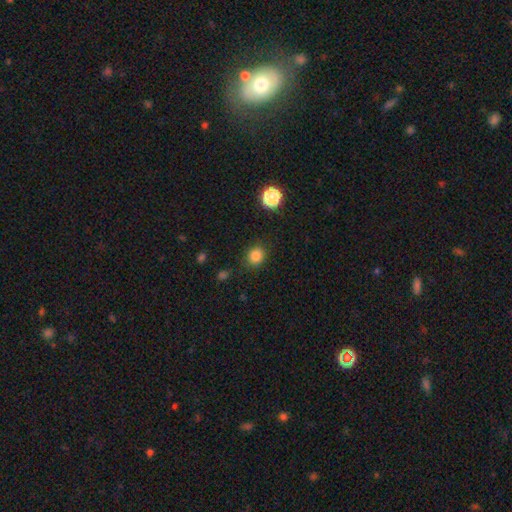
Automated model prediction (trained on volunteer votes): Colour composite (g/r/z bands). It shows a smooth galaxy with no disk features (83%) that is round (76%). Merging: none (85%).